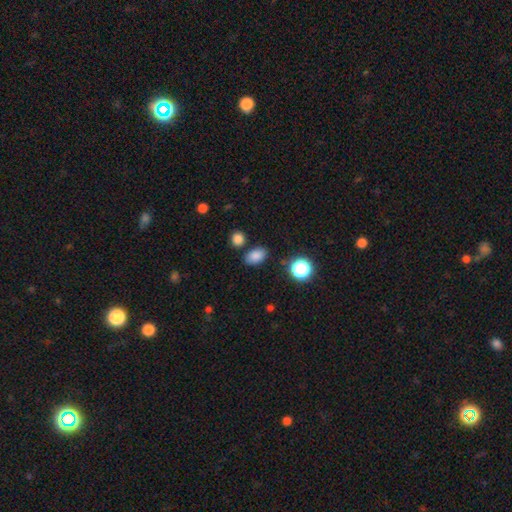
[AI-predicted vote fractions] The model was most divided on "merging": none: 80%, minor disturbance: 11%, merger: 6%, major disturbance: 3%. More confident: how rounded — in between (84%); smooth or featured — smooth (84%).